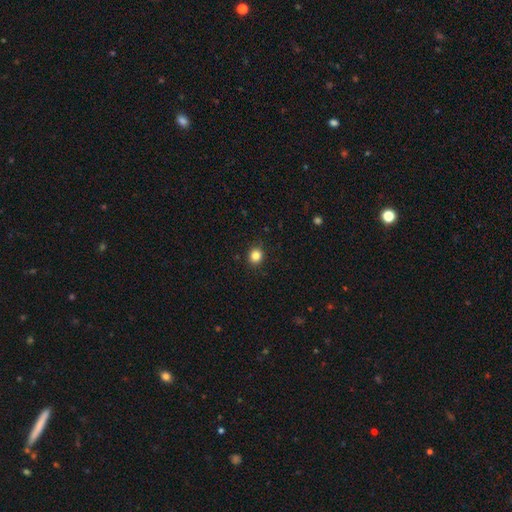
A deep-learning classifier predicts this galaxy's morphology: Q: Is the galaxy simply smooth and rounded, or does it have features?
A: smooth — 84%.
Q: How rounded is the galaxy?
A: round — 83%.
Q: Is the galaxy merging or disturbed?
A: none — 89%.